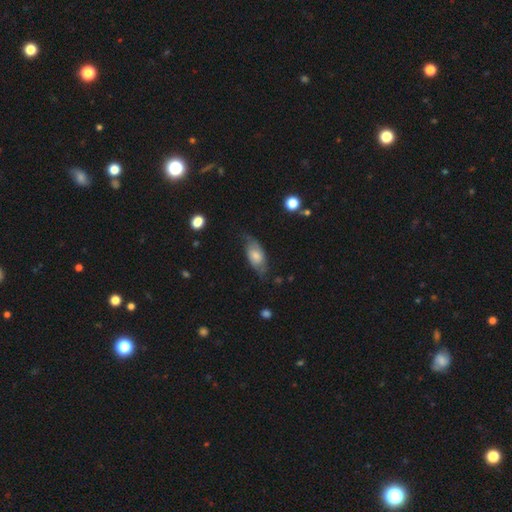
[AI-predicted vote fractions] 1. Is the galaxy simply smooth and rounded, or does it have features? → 53% smooth, 40% featured or disk, 7% star or artifact.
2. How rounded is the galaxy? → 86% in between, 10% cigar-shaped, 4% round.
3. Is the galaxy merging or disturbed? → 59% none, 28% minor disturbance, 11% major disturbance, 2% merger.